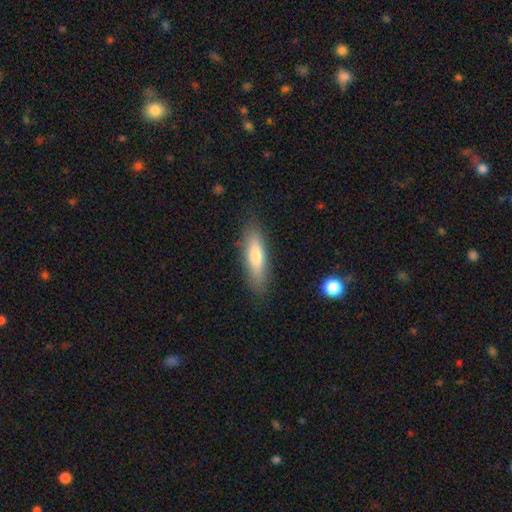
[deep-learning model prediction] This is likely a smooth galaxy (69%). How rounded: likely cigar-shaped (64%). Merging: clearly none (85%).